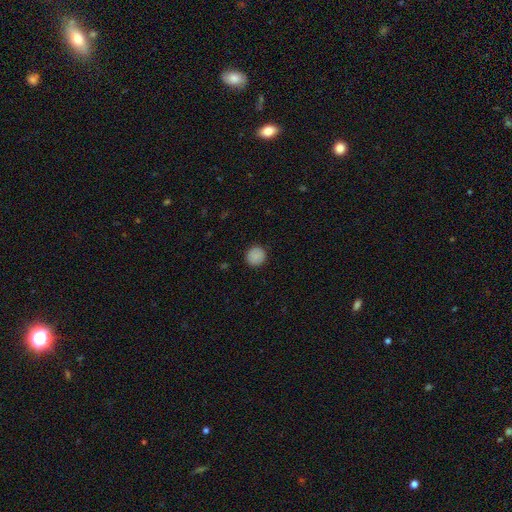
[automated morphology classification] A smooth galaxy with no disk features (87%) that is round (92%). Merging: none (90%).